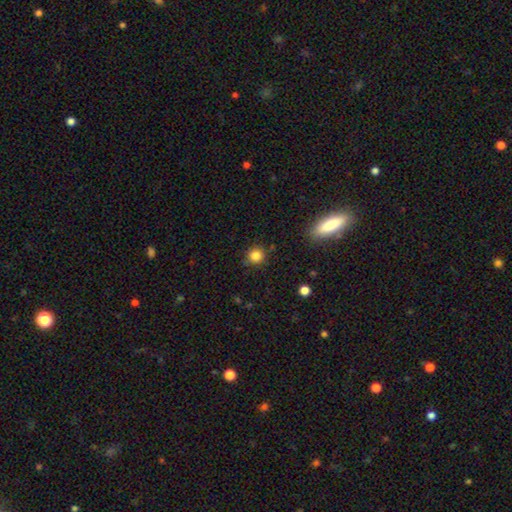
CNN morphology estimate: smooth-or-featured: smooth: 84% | star or artifact: 12% | featured or disk: 5%
  how-rounded: round: 89% | in between: 10% | cigar-shaped: 1%
  merging: none: 83% | minor disturbance: 12% | major disturbance: 3% | merger: 2%